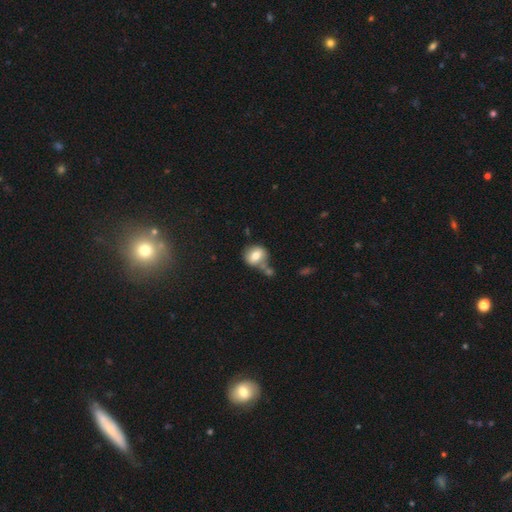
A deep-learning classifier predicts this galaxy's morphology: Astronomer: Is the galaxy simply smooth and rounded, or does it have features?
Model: smooth — 72%.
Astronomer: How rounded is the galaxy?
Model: round — 69%.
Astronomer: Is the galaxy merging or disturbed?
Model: none — 51%.